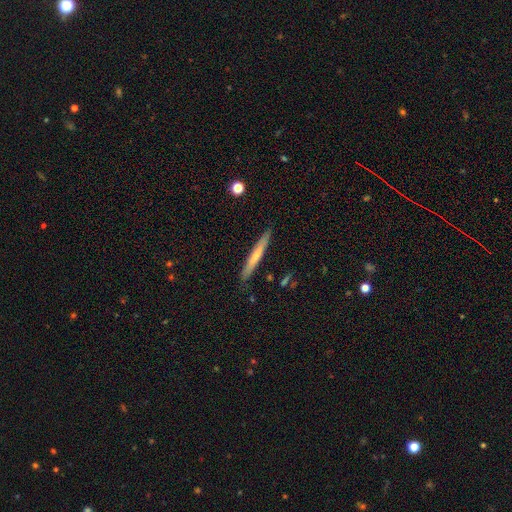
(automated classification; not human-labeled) smooth_or_featured: smooth (p=0.57) [alt: featured or disk p=0.37]
how_rounded: cigar-shaped (p=0.96) [alt: in between p=0.03]
merging: none (p=0.88) [alt: minor disturbance p=0.09]